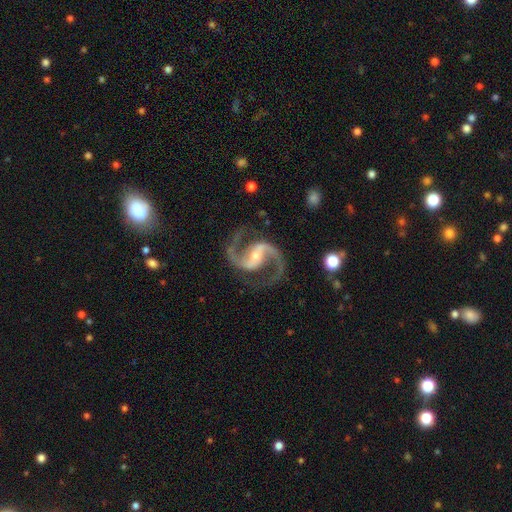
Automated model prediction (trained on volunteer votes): This appears to be a featured or disk galaxy (95%) with a strong bar (39%), 2 (95%) medium (68%) spiral arms (99%) and a small central bulge (59%). Merging: none (83%).